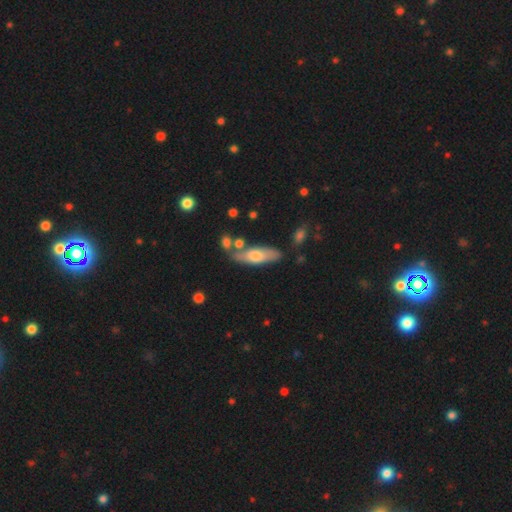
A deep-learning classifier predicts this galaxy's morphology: This appears to be a smooth galaxy with no disk features (58%) that is in between round and cigar-shaped (53%). Merging: none (66%).